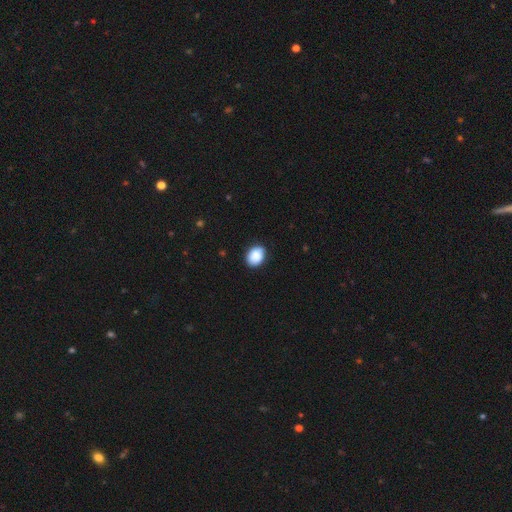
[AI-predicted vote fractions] smooth-or-featured: smooth: 89% | star or artifact: 7% | featured or disk: 4%
  how-rounded: in between: 62% | round: 37% | cigar-shaped: 1%
  merging: none: 83% | minor disturbance: 13% | major disturbance: 2% | merger: 1%